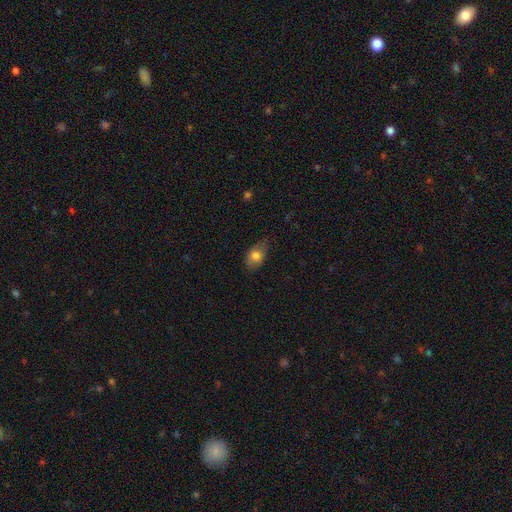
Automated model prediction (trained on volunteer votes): This is likely a smooth galaxy (76%). How rounded: clearly in between (82%). Merging: likely none (62%).